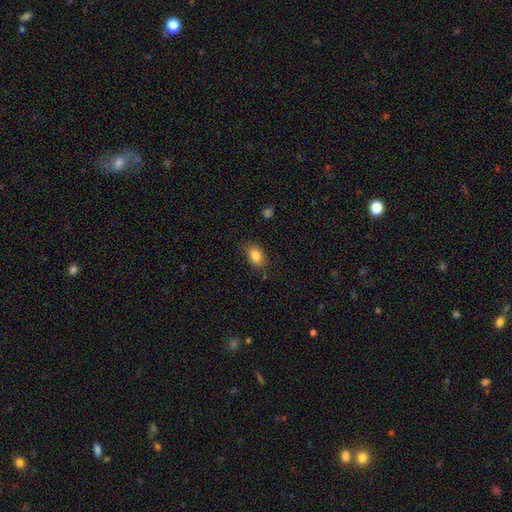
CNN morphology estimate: The model was most divided on "merging": none: 80%, minor disturbance: 15%, major disturbance: 3%, merger: 2%. More confident: smooth or featured — smooth (85%); how rounded — in between (83%).